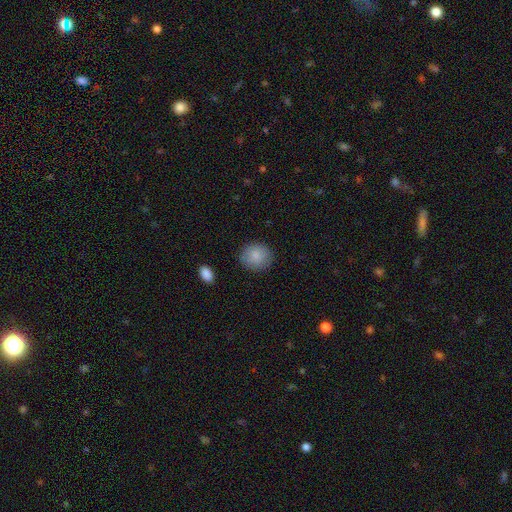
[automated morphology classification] The model was most divided on "how rounded": round: 80%, in between: 19%, cigar-shaped: 1%. More confident: smooth or featured — smooth (86%); merging — none (84%).